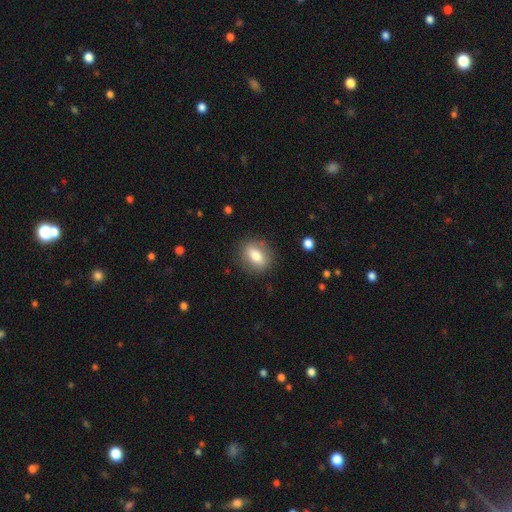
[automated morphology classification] Smooth or featured: smooth — 74% (featured or disk — 18%)
How rounded: in between — 58% (round — 38%)
Merging: none — 85% (minor disturbance — 10%)